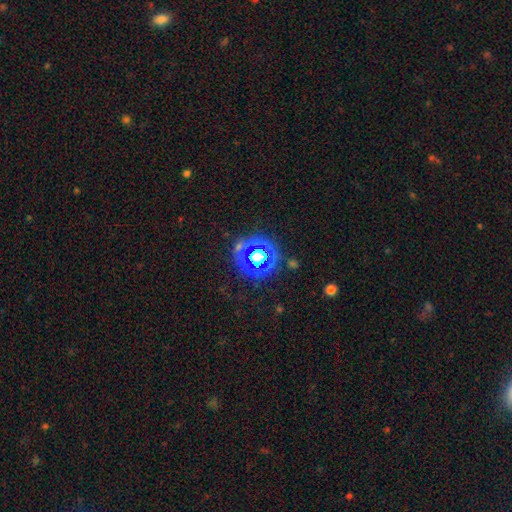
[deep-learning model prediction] Overall: star or artifact (56%; smooth 31%).